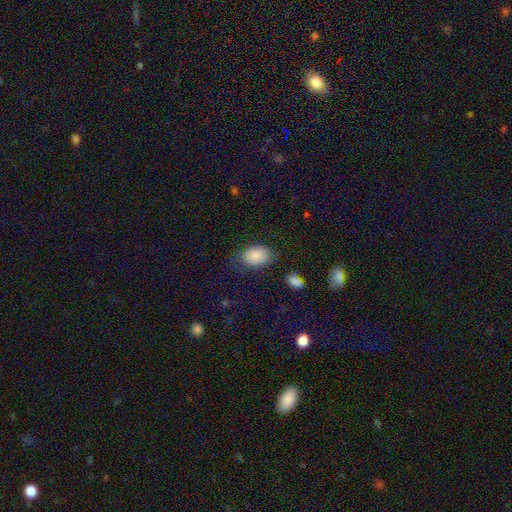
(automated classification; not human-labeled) Smooth or featured? Predicted: smooth (p=0.85). How rounded? Predicted: in between (p=0.81). Merging? Predicted: none (p=0.73).